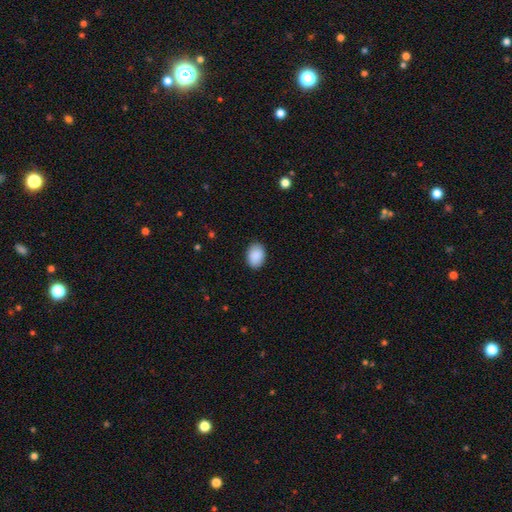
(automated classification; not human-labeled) This is clearly a smooth galaxy (91%). How rounded: likely in between (79%). Merging: clearly none (88%).